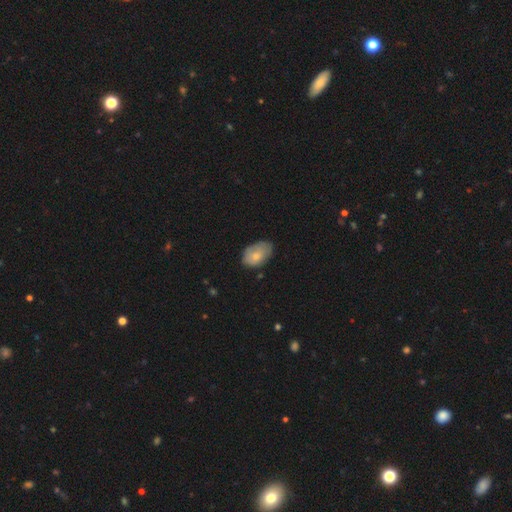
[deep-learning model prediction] Q: Smooth or featured?
A: smooth (73%); runner-up: featured or disk (20%)
Q: How rounded?
A: in between (89%); runner-up: round (10%)
Q: Merging?
A: none (60%); runner-up: minor disturbance (32%)